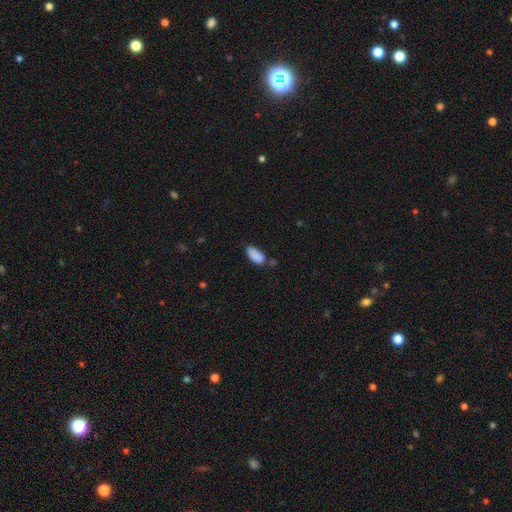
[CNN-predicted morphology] Smooth or featured? Predicted: smooth (p=0.87). How rounded? Predicted: in between (p=0.90). Merging? Predicted: none (p=0.61).